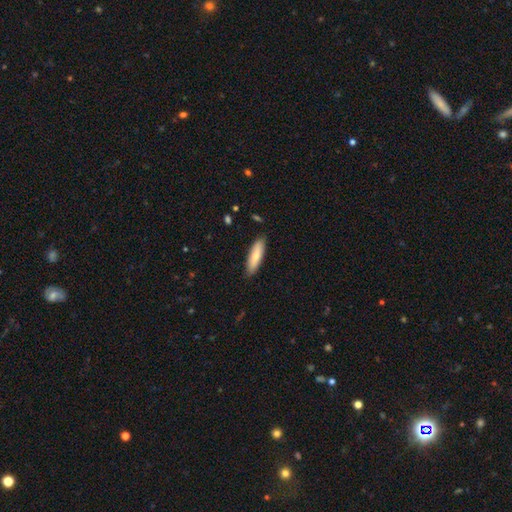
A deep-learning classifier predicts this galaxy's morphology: The model was most divided on "how rounded": cigar-shaped: 57%, in between: 42%, round: 2%. More confident: merging — none (86%); smooth or featured — smooth (74%).